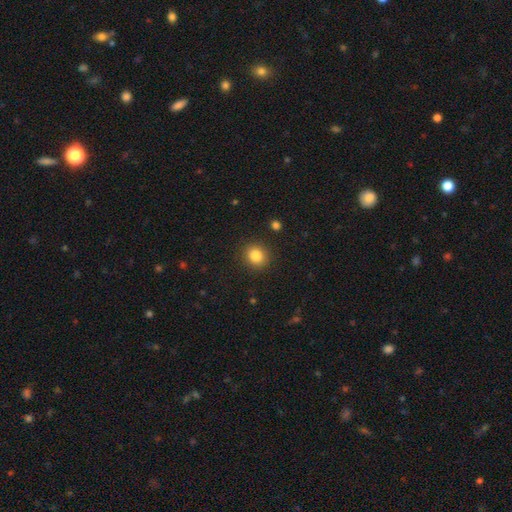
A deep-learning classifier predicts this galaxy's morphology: smooth-or-featured: smooth: 85% | star or artifact: 11% | featured or disk: 5%
  how-rounded: round: 77% | in between: 22% | cigar-shaped: 1%
  merging: none: 89% | minor disturbance: 7% | major disturbance: 2% | merger: 1%